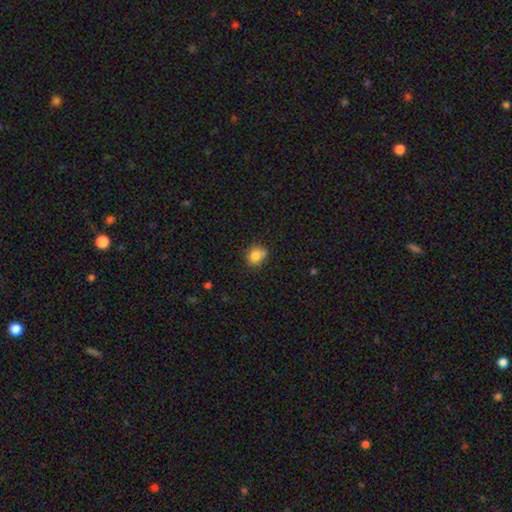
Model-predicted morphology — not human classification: The model was most divided on "how rounded": round: 69%, in between: 30%, cigar-shaped: 1%. More confident: smooth or featured — smooth (81%); merging — none (66%).